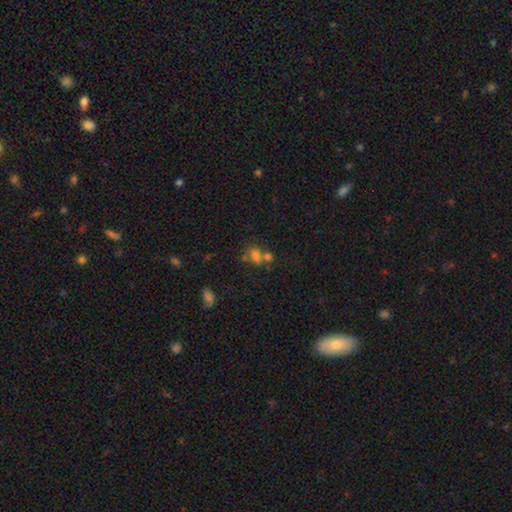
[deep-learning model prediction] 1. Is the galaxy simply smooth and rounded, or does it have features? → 70% smooth, 18% star or artifact, 13% featured or disk.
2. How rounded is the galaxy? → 50% in between, 48% round, 2% cigar-shaped.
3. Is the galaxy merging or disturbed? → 41% none (tied), 41% merger (tied), 12% minor disturbance, 6% major disturbance.